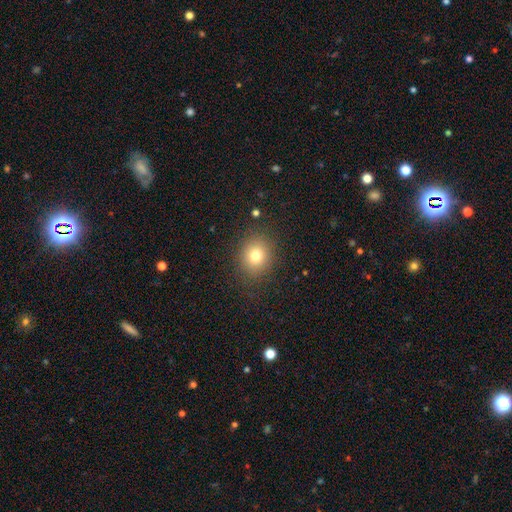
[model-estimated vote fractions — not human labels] Smooth or featured: smooth — 77% (star or artifact — 13%)
How rounded: round — 72% (in between — 27%)
Merging: none — 86% (minor disturbance — 9%)